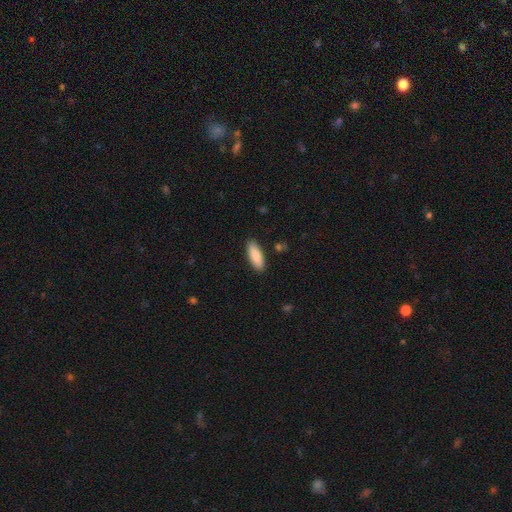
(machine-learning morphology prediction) Overall: smooth (87%). How rounded: in between (67%; cigar-shaped 31%). Merging: none (89%).